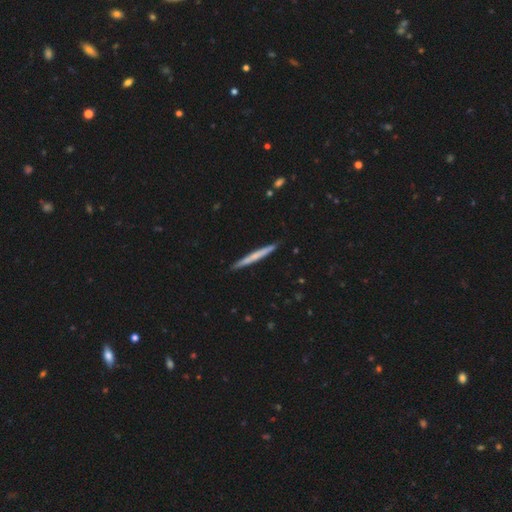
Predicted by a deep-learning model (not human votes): smooth 54%, featured or disk 41%, star or artifact 5%. Down the decision tree: how rounded — cigar-shaped (97%); merging — none (91%).